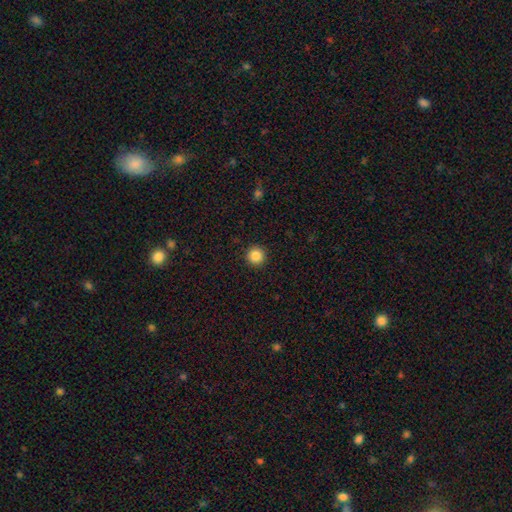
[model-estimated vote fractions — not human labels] Morphology: type=smooth (86%); roundness=round (96%); merging=none (93%).